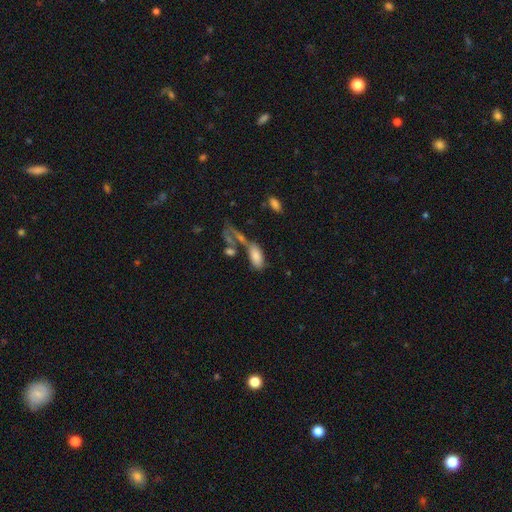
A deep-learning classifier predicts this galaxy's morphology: Smooth or featured?
  - smooth: 78% *
  - featured or disk: 13%
  - star or artifact: 9%
How rounded?
  - in between: 88% *
  - cigar-shaped: 10%
  - round: 3%
Merging?
  - merger: 37% *
  - none: 36%
  - minor disturbance: 14%
  - major disturbance: 12%